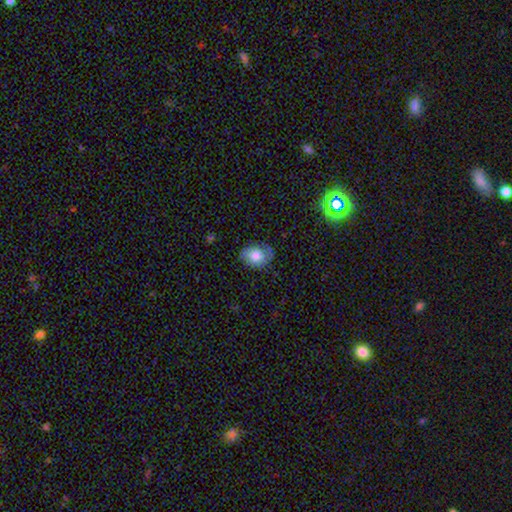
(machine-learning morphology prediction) Smooth or featured: smooth — 65% (featured or disk — 27%)
How rounded: in between — 68% (round — 31%)
Merging: none — 68% (minor disturbance — 23%)